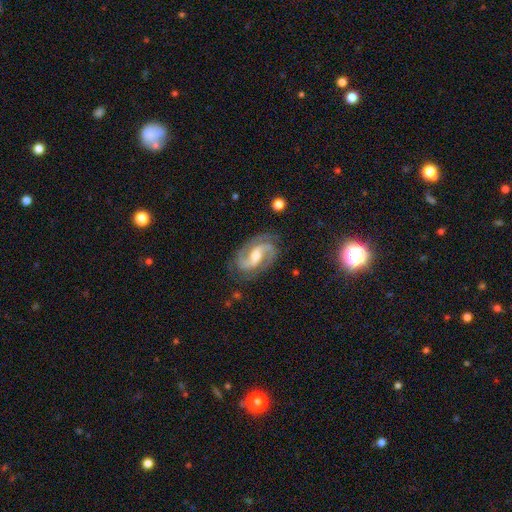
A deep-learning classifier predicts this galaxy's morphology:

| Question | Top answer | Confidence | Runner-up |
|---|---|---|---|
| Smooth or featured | featured or disk | 91% | star or artifact (4%) |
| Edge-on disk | no | 98% | yes (2%) |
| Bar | weak | 46% | no (29%) |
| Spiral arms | yes | 98% | no (2%) |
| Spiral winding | medium | 59% | tight (26%) |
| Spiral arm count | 2 | 93% | can't tell (2%) |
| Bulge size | moderate | 60% | small (30%) |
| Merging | none | 79% | minor disturbance (15%) |